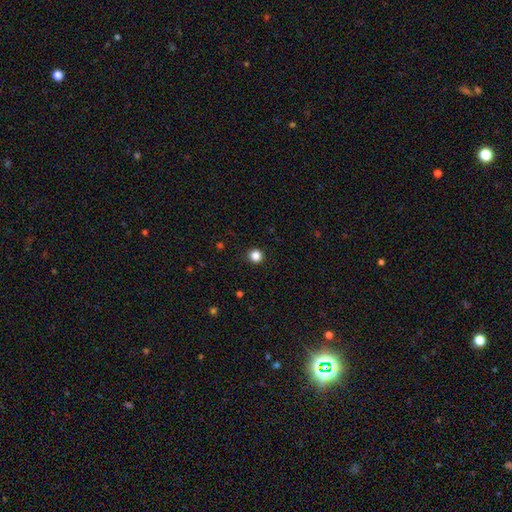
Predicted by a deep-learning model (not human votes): smooth_or_featured: smooth (p=0.85) [alt: star or artifact p=0.12]
how_rounded: round (p=0.95) [alt: in between p=0.05]
merging: none (p=0.93) [alt: minor disturbance p=0.05]